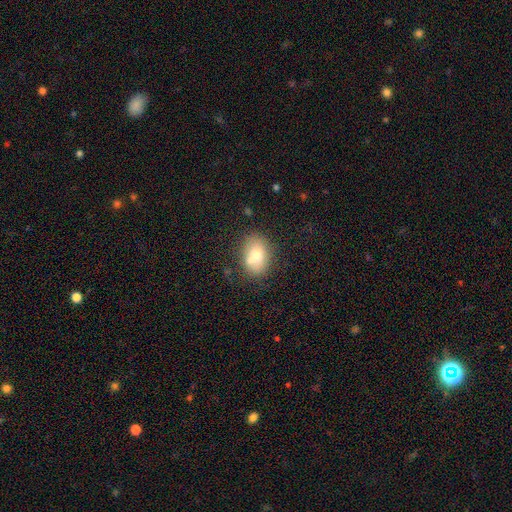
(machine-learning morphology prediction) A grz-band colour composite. It shows a smooth galaxy with no disk features (70%) that is in between round and cigar-shaped (70%). Merging: none (61%).